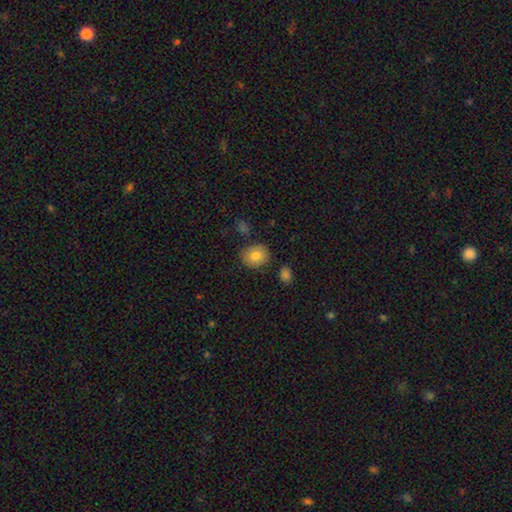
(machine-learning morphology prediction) A smooth galaxy with no disk features (82%) that is round (66%). Merging: none (82%).